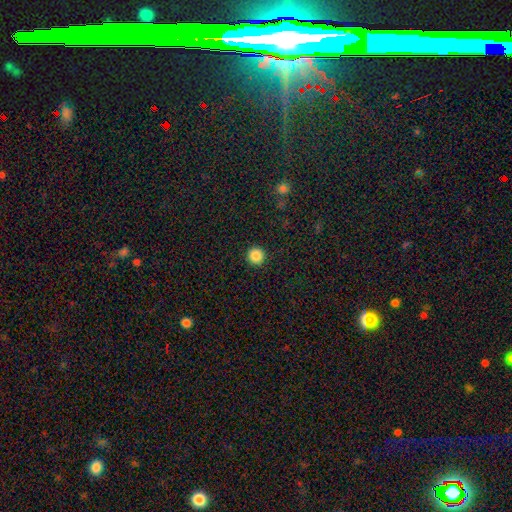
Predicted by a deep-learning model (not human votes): Smooth or featured? Predicted: smooth (p=0.87). How rounded? Predicted: round (p=0.96). Merging? Predicted: none (p=0.93).